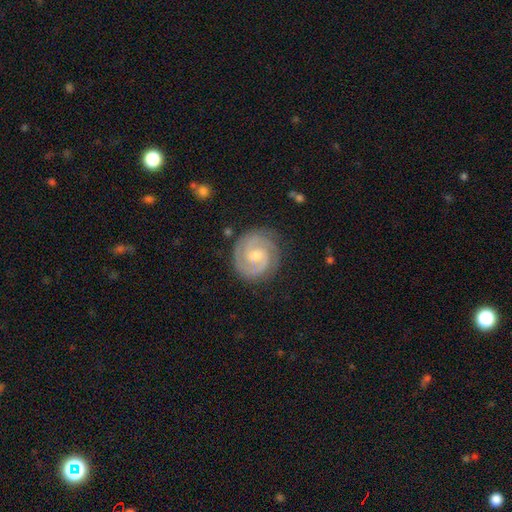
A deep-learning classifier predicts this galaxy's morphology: Overall: featured or disk (89%). Edge-on disk: no (98%). Bar: no (47%; weak 43%). Spiral arms: yes (98%). Spiral arm count: 2 (81%). Spiral winding: tight (69%). Bulge size: moderate (51%; small 45%). Merging: none (84%).